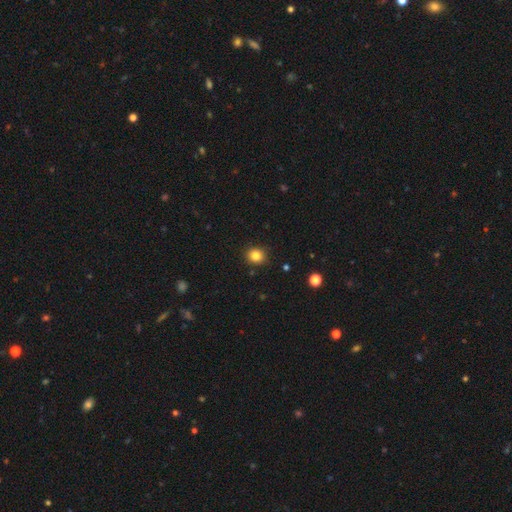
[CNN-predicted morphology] This appears to be a smooth galaxy with no disk features (84%) that is round (82%). Merging: none (90%).